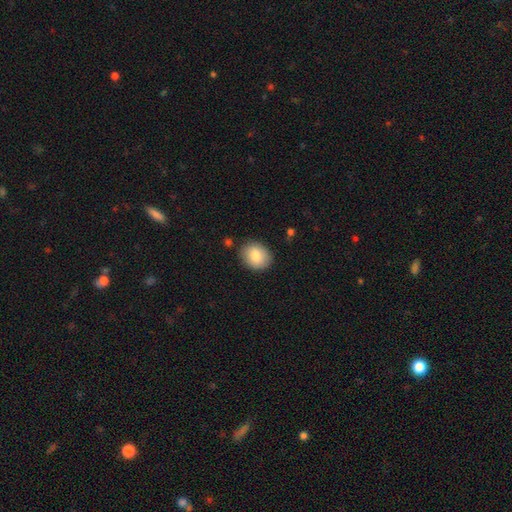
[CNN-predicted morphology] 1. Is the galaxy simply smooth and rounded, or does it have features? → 83% smooth, 10% featured or disk, 7% star or artifact.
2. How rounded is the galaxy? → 53% round, 46% in between, 1% cigar-shaped.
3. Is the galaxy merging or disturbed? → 85% none, 11% minor disturbance, 3% major disturbance, 2% merger.